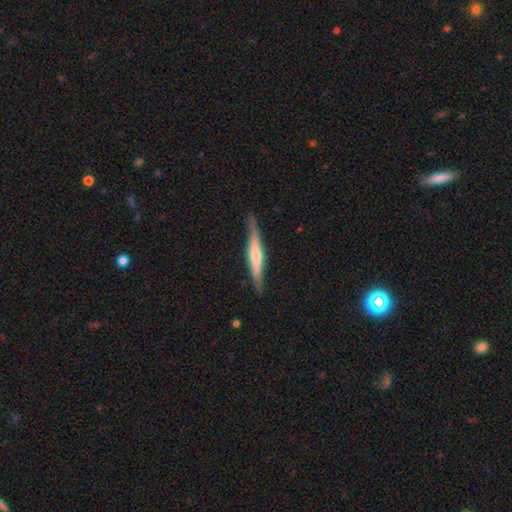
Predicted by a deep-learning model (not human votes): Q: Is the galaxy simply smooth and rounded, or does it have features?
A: featured or disk — 61%.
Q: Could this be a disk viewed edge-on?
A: yes — 96%.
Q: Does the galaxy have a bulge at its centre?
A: rounded — 55%.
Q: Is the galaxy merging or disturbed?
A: none — 85%.